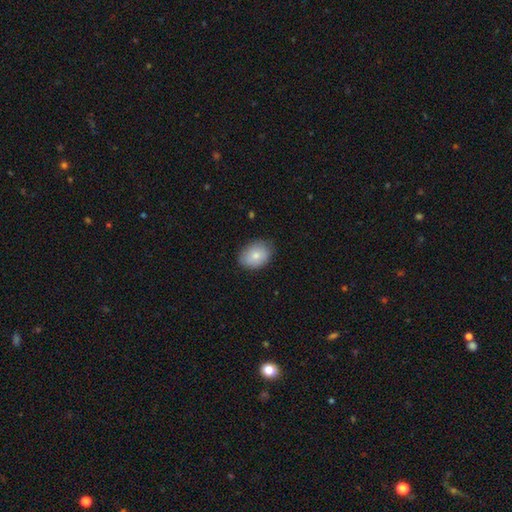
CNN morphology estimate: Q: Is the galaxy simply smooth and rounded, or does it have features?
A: smooth — 81%.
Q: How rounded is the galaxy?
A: in between — 73%.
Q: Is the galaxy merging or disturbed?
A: none — 82%.